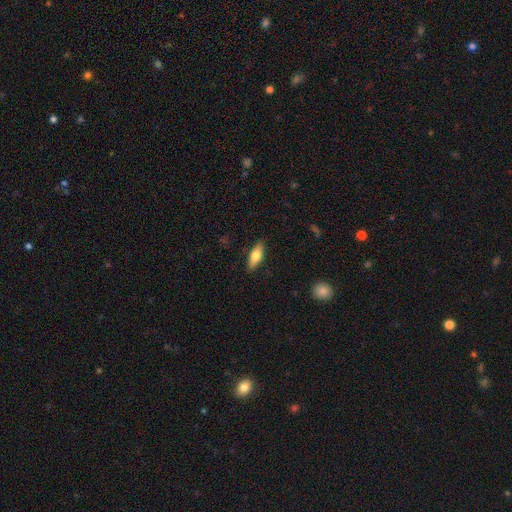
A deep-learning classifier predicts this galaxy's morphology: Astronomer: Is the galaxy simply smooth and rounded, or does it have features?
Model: smooth — 65%.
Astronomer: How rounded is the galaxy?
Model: in between — 66%.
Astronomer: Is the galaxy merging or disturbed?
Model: none — 88%.